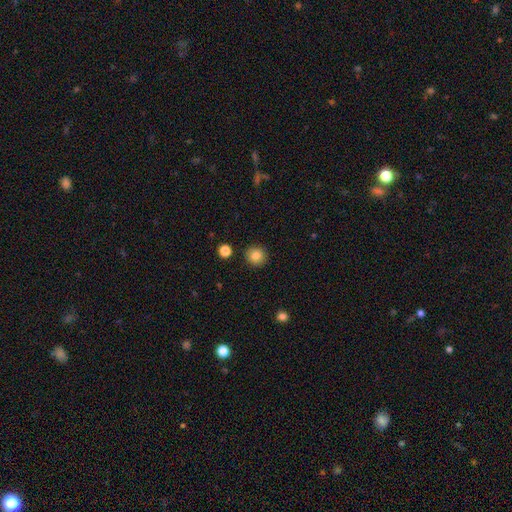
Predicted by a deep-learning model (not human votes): Q: Smooth or featured?
A: smooth (84%); runner-up: star or artifact (10%)
Q: How rounded?
A: round (93%); runner-up: in between (6%)
Q: Merging?
A: none (91%); runner-up: minor disturbance (5%)